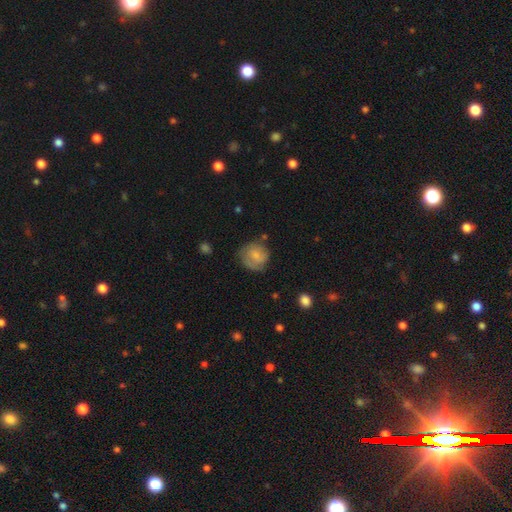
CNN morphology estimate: Smooth or featured: smooth — 66% (featured or disk — 27%)
How rounded: round — 82% (in between — 17%)
Merging: none — 60% (minor disturbance — 26%)